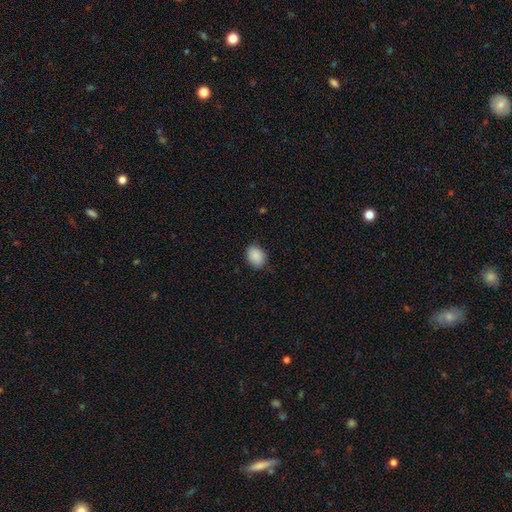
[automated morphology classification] The model was most divided on "how rounded": in between: 66%, round: 33%, cigar-shaped: 1%. More confident: smooth or featured — smooth (90%); merging — none (80%).